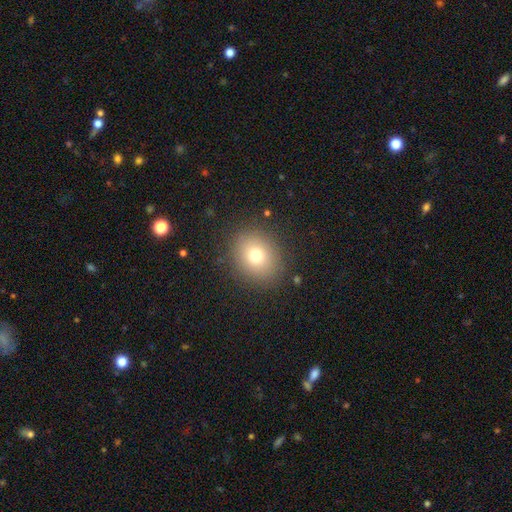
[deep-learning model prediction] A smooth galaxy with no disk features (74%) that is round (67%).

Vote fractions:
- Smooth or featured? smooth: 74% / star or artifact: 14% / featured or disk: 12%
- How rounded? round: 67% / in between: 32% / cigar-shaped: 1%
- Merging? none: 86% / minor disturbance: 9% / major disturbance: 4% / merger: 1%